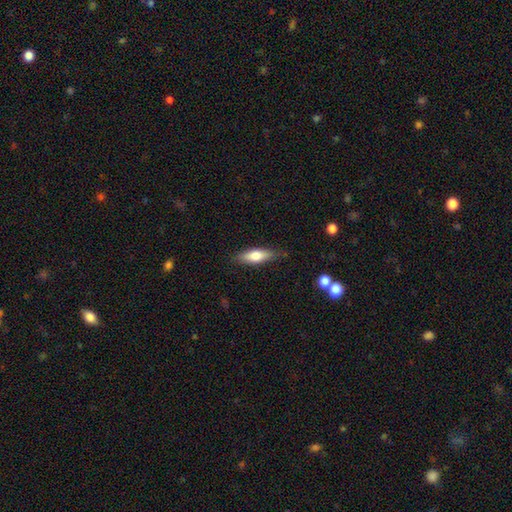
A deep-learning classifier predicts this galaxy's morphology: Smooth or featured: smooth — 67% (featured or disk — 27%)
How rounded: in between — 51% (cigar-shaped — 47%)
Merging: none — 82% (minor disturbance — 14%)